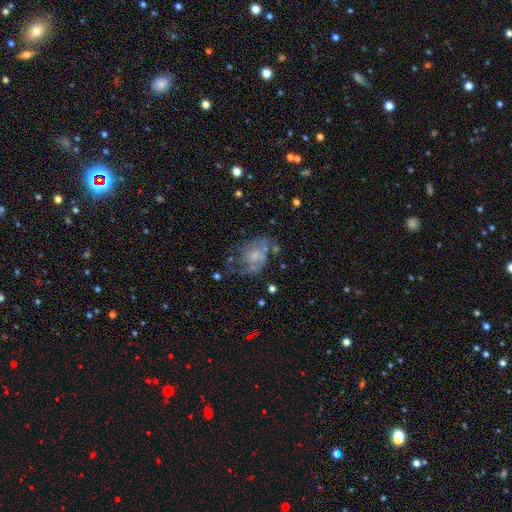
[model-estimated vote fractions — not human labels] Smooth or featured?
  - featured or disk: 63% *
  - smooth: 27%
  - star or artifact: 10%
Edge-on disk?
  - no: 97% *
  - yes: 3%
Bar?
  - no: 74% *
  - weak: 22%
  - strong: 4%
Spiral arms?
  - yes: 65% *
  - no: 35%
Bulge size?
  - small: 40% *
  - moderate: 27%
  - none: 25%
  - large: 6%
  - dominant: 2%
Merging?
  - none: 39% *
  - major disturbance: 32%
  - minor disturbance: 23%
  - merger: 6%